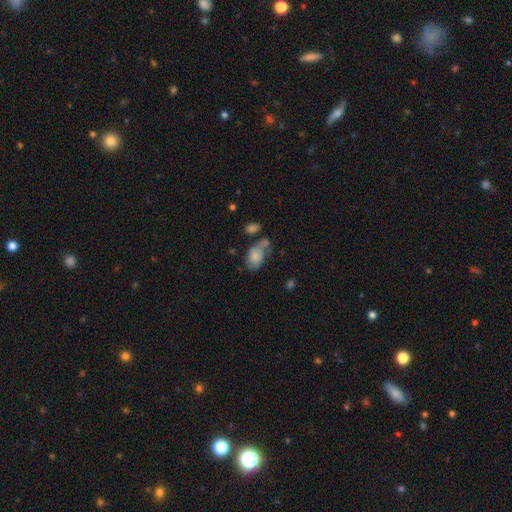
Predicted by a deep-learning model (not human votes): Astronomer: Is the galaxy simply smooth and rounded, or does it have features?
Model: smooth — 66%.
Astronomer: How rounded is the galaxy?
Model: in between — 86%.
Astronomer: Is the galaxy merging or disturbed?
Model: none — 33% (runner-up: minor disturbance, 25%).